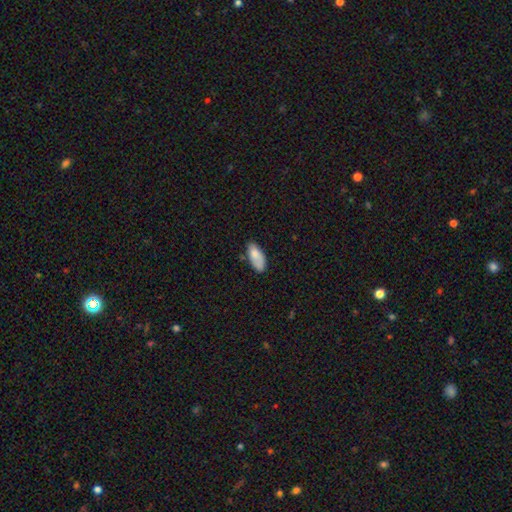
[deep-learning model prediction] Smooth or featured? smooth (80%)
How rounded? in between (88%)
Merging? none (61%)